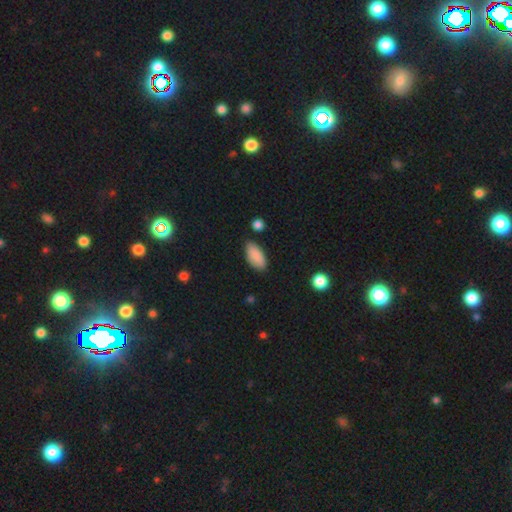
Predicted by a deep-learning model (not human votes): Overall: smooth (88%). How rounded: in between (89%). Merging: none (80%).